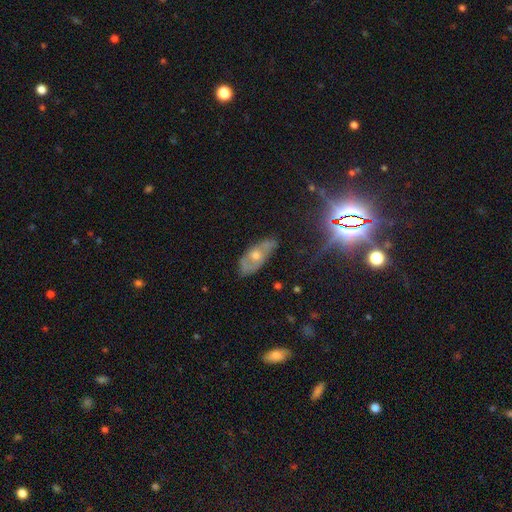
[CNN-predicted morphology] smooth-or-featured: featured or disk: 53% | smooth: 31% | star or artifact: 16%
  disk-edge-on: no: 80% | yes: 20%
  merging: none: 61% | minor disturbance: 26% | major disturbance: 9% | merger: 3%